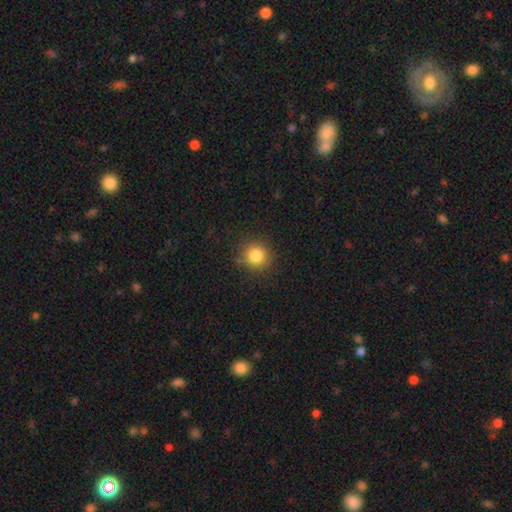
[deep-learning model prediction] smooth_or_featured: smooth (p=0.83) [alt: star or artifact p=0.12]
how_rounded: round (p=0.91) [alt: in between p=0.08]
merging: none (p=0.88) [alt: minor disturbance p=0.08]